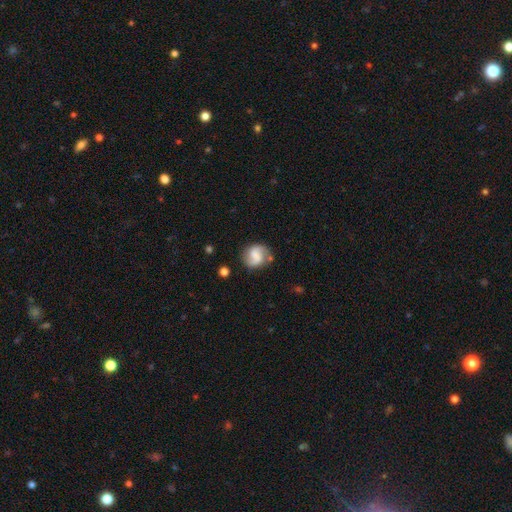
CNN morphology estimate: type=featured or disk (62%); edge-on=no (98%); bar=weak (44%); spiral arms=yes (91%); winding=loose (42%); arm count=2 (86%); bulge=none (40%); merging=none (70%).